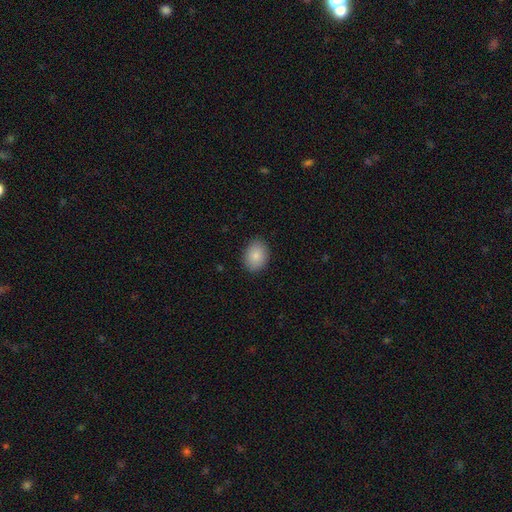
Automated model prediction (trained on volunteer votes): A smooth galaxy with no disk features (86%) that is in between round and cigar-shaped (63%). Merging: none (88%).